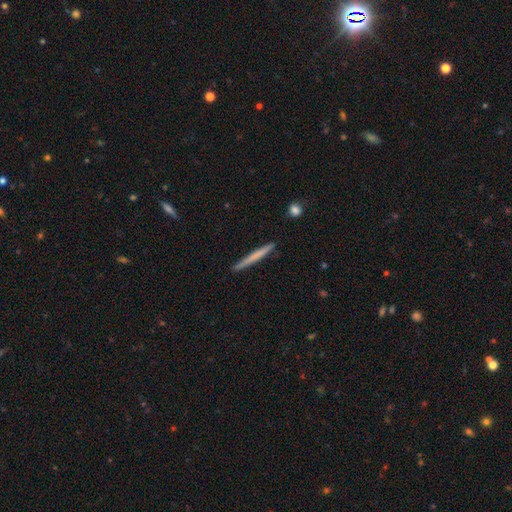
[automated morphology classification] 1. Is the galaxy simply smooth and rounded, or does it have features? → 60% smooth, 35% featured or disk, 5% star or artifact.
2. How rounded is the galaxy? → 97% cigar-shaped, 2% in between, 1% round.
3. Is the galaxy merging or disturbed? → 90% none, 7% minor disturbance, 1% major disturbance, 1% merger.